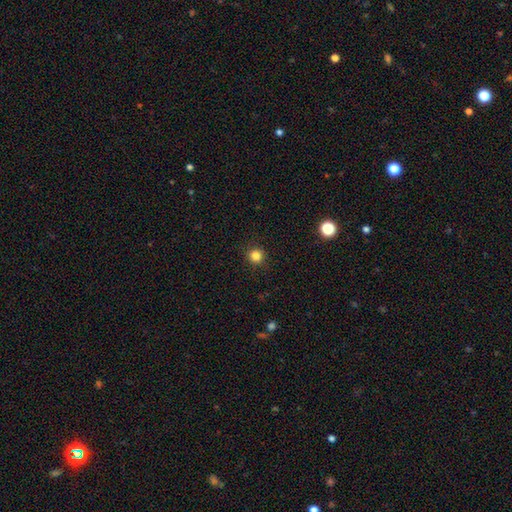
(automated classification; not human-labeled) Smooth or featured? smooth (84%)
How rounded? round (94%)
Merging? none (91%)